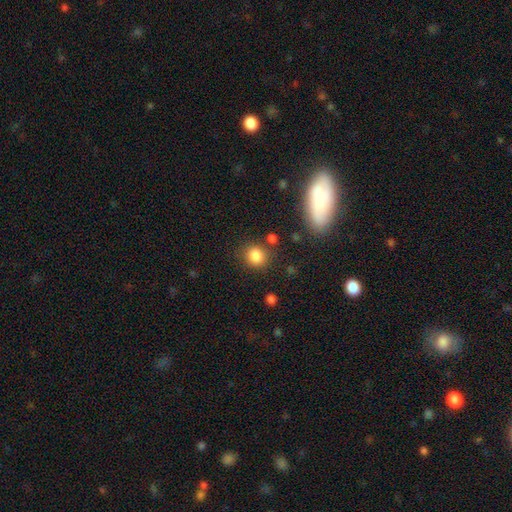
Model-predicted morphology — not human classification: Smooth or featured? smooth (83%)
How rounded? round (79%)
Merging? none (79%)